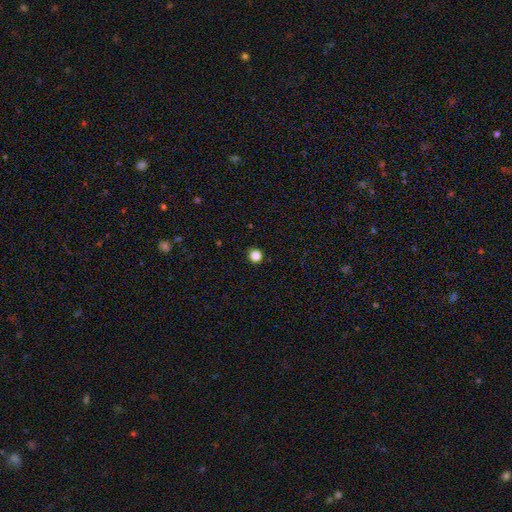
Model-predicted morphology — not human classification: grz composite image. It shows a smooth galaxy with no disk features (84%) that is round (93%). Merging: none (92%).